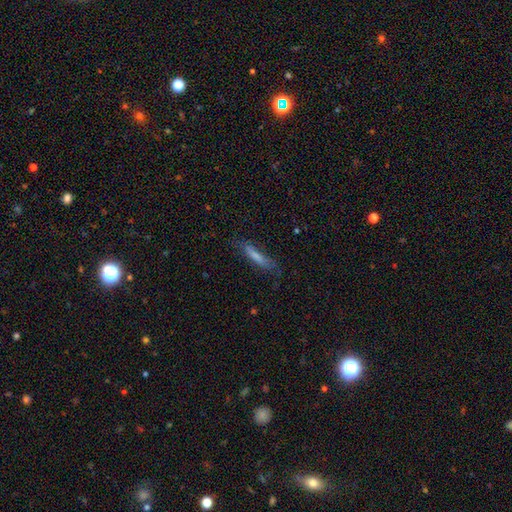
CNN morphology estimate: smooth 55%, featured or disk 35%, star or artifact 11%. Down the decision tree: how rounded — cigar-shaped (90%); merging — none (72%).